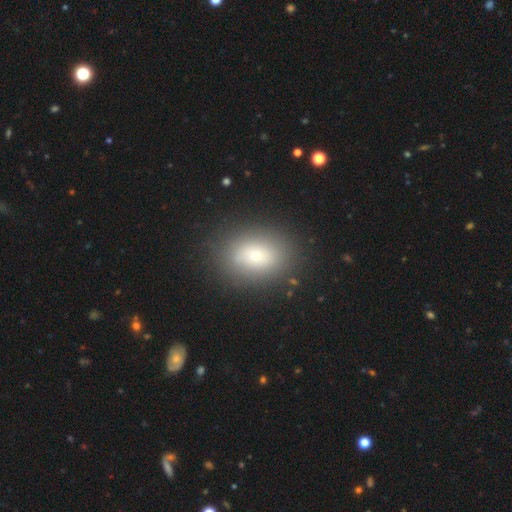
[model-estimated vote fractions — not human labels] smooth 70%, featured or disk 17%, star or artifact 13%. Down the decision tree: how rounded — in between (69%); merging — none (84%).